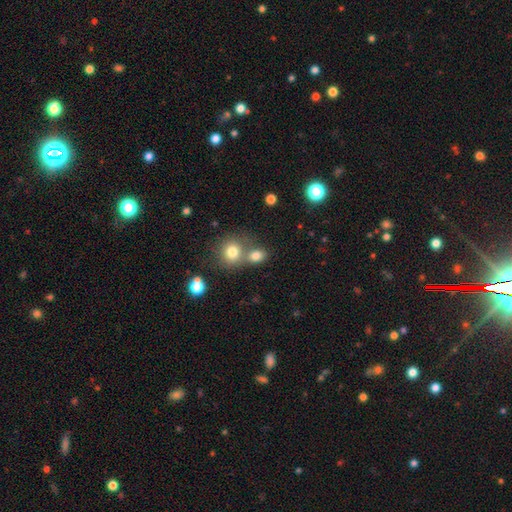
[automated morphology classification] type=smooth (78%); roundness=round (54%); merging=none (48%).